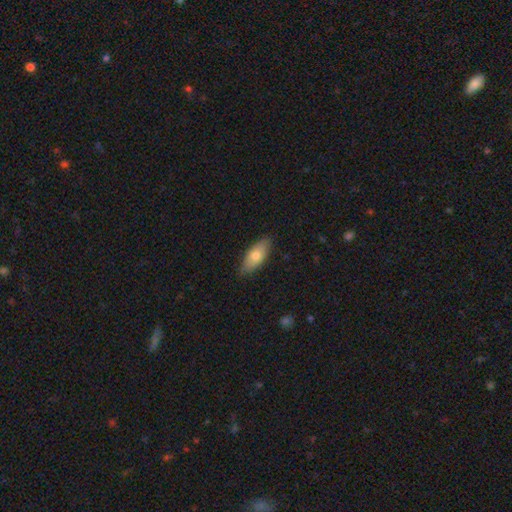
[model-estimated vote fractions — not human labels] smooth-or-featured: smooth: 71% | featured or disk: 23% | star or artifact: 6%
  how-rounded: in between: 82% | cigar-shaped: 15% | round: 3%
  merging: none: 82% | minor disturbance: 15% | major disturbance: 2% | merger: 1%